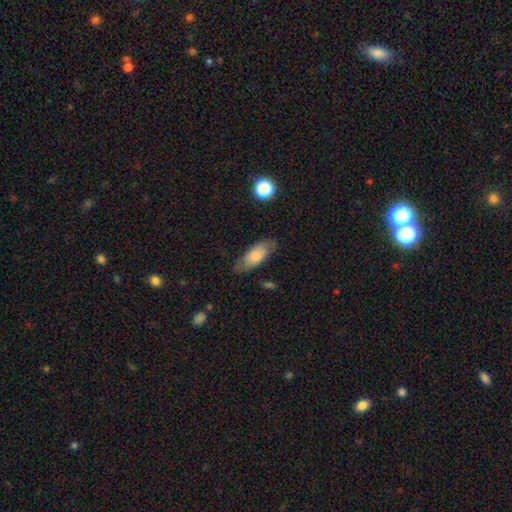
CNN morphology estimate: Smooth or featured?
  - smooth: 66% *
  - featured or disk: 27%
  - star or artifact: 7%
How rounded?
  - in between: 84% *
  - cigar-shaped: 13%
  - round: 3%
Merging?
  - none: 67% *
  - minor disturbance: 24%
  - major disturbance: 7%
  - merger: 2%